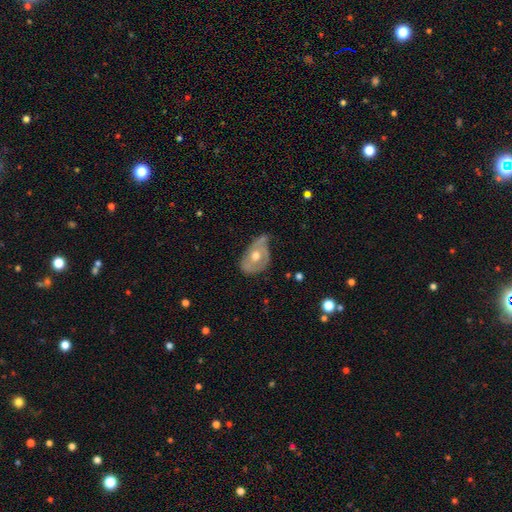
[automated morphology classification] smooth-or-featured: featured or disk: 60% | smooth: 33% | star or artifact: 7%
  disk-edge-on: no: 93% | yes: 7%
    bar: no: 81% | weak: 15% | strong: 4%
    has-spiral-arms: yes: 53% | no: 47%
    bulge-size: moderate: 77% | small: 15% | large: 6% | none: 1% | dominant: 1%
  merging: minor disturbance: 40% | none: 35% | major disturbance: 21% | merger: 4%